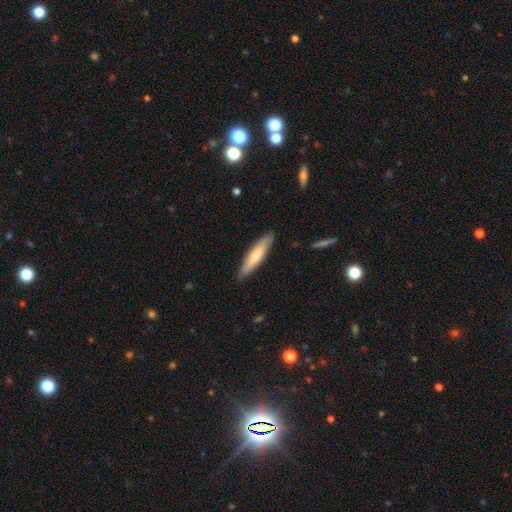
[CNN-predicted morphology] This appears to be a smooth galaxy with no disk features (63%) that is cigar-shaped (82%). Merging: none (87%).